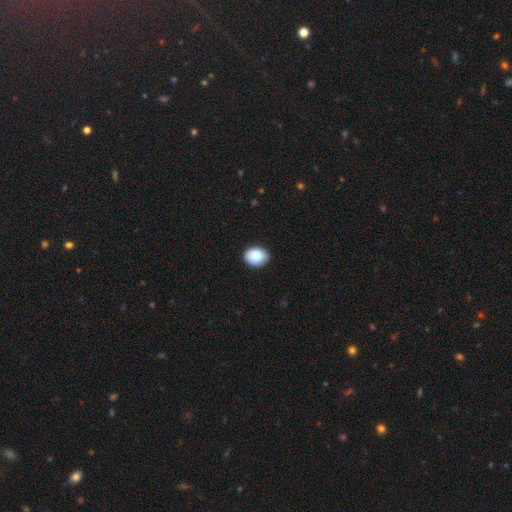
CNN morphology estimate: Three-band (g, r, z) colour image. It shows a smooth galaxy with no disk features (89%) that is in between round and cigar-shaped (63%). Merging: none (87%).